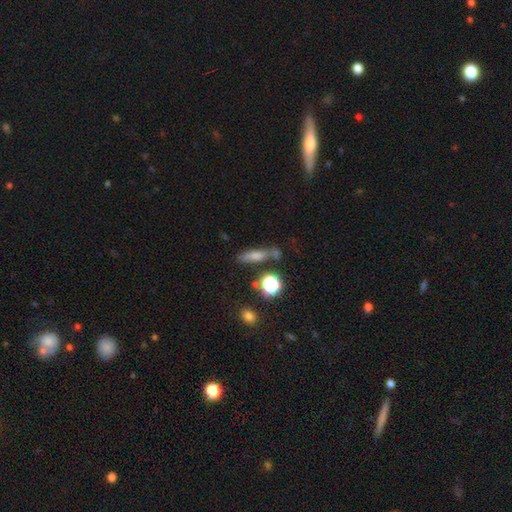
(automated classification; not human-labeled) The model was most divided on "how rounded": cigar-shaped: 55%, in between: 32%, round: 13%. More confident: merging — none (61%); smooth or featured — smooth (61%).